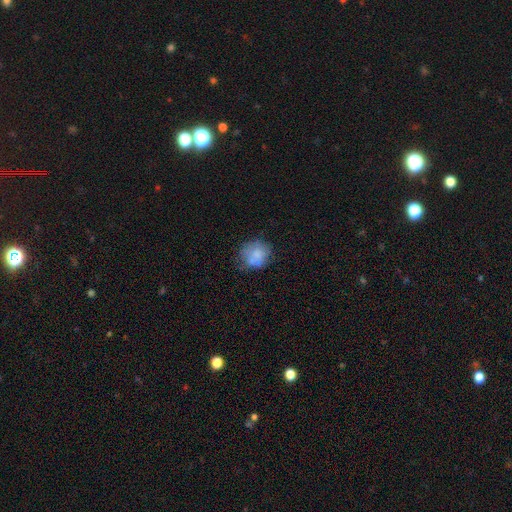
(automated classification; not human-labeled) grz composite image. It shows a smooth galaxy with no disk features (66%) that is round (74%). Merging: none (54%).